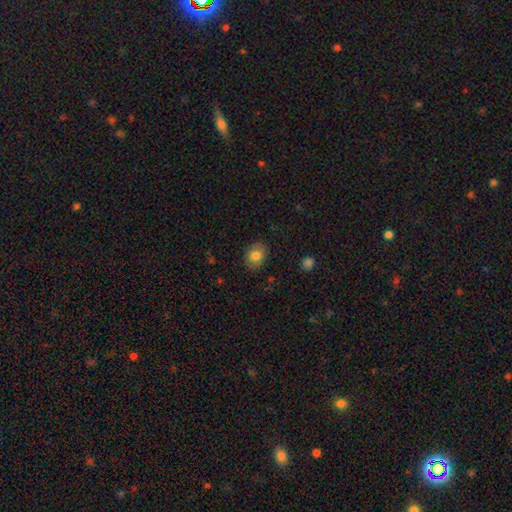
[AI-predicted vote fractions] smooth_or_featured: smooth (p=0.80) [alt: featured or disk p=0.12]
how_rounded: in between (p=0.67) [alt: round p=0.32]
merging: none (p=0.86) [alt: minor disturbance p=0.11]